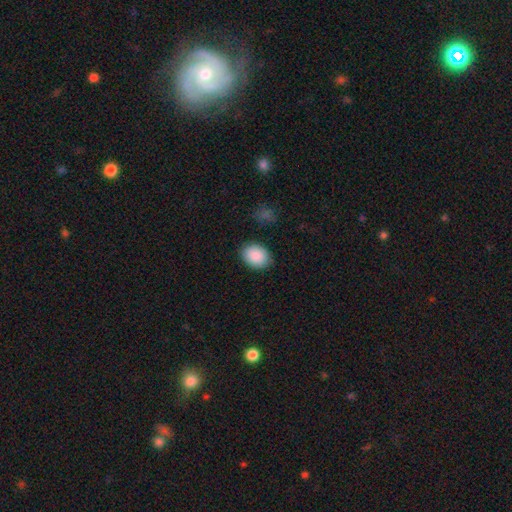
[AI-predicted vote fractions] This is clearly a smooth galaxy (90%). How rounded: likely in between (70%). Merging: clearly none (85%).